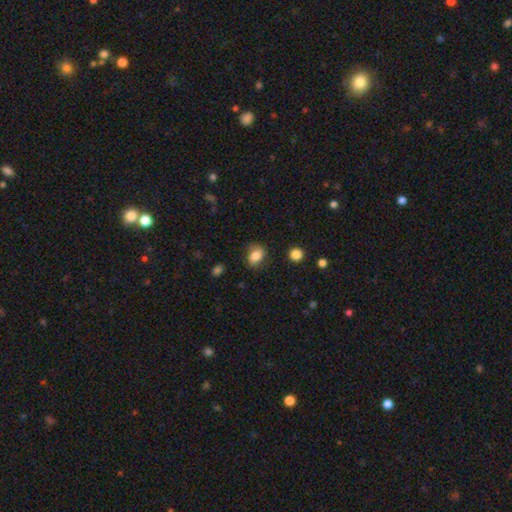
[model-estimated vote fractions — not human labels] This is clearly a smooth galaxy (81%). How rounded: likely in between (73%). Merging: likely none (72%).